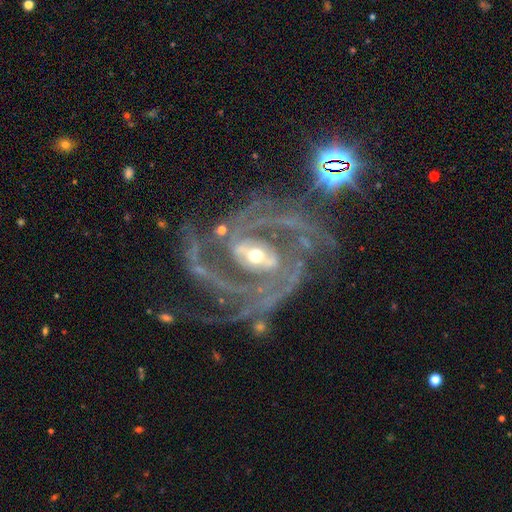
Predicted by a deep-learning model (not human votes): Morphology: type=featured or disk (93%); edge-on=no (97%); bar=strong (55%); spiral arms=yes (98%); winding=medium (45%); arm count=2 (46%); bulge=moderate (50%); merging=none (62%).